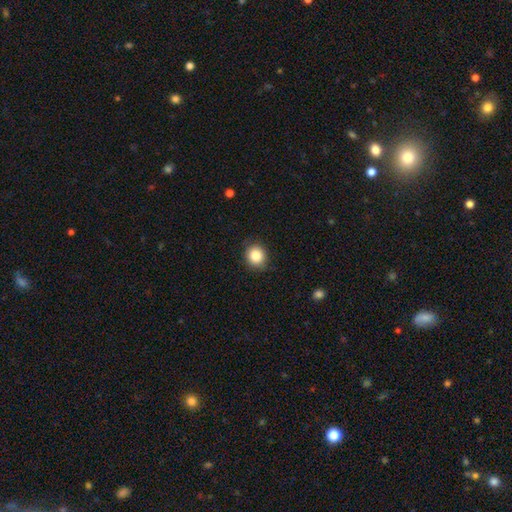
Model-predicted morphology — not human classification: Q: Smooth or featured?
A: smooth (85%); runner-up: star or artifact (9%)
Q: How rounded?
A: round (85%); runner-up: in between (14%)
Q: Merging?
A: none (87%); runner-up: minor disturbance (10%)